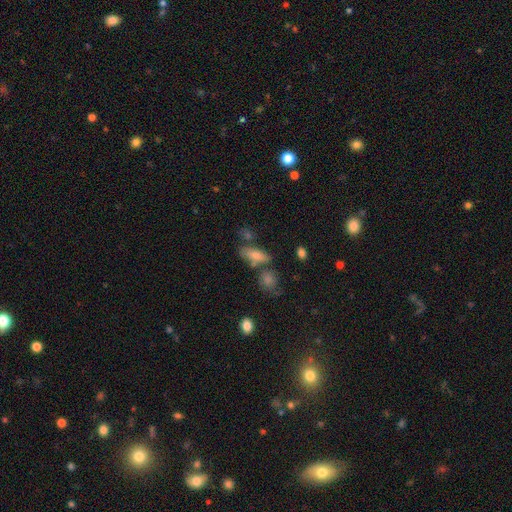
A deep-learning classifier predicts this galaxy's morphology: A smooth galaxy with no disk features (61%) that is in between round and cigar-shaped (54%).

Vote fractions:
- Smooth or featured? smooth: 61% / featured or disk: 26% / star or artifact: 13%
- How rounded? in between: 54% / cigar-shaped: 39% / round: 6%
- Merging? none: 60% / minor disturbance: 17% / merger: 17% / major disturbance: 7%